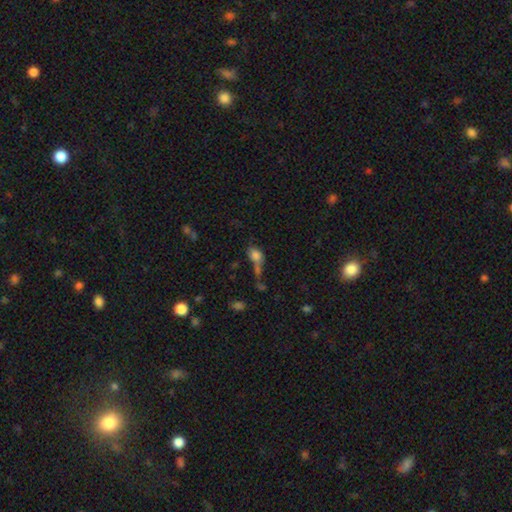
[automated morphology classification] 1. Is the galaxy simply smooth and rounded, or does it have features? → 75% smooth, 13% featured or disk, 13% star or artifact.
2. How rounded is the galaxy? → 73% in between, 23% round, 4% cigar-shaped.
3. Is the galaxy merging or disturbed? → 42% merger, 28% none, 16% major disturbance, 14% minor disturbance.